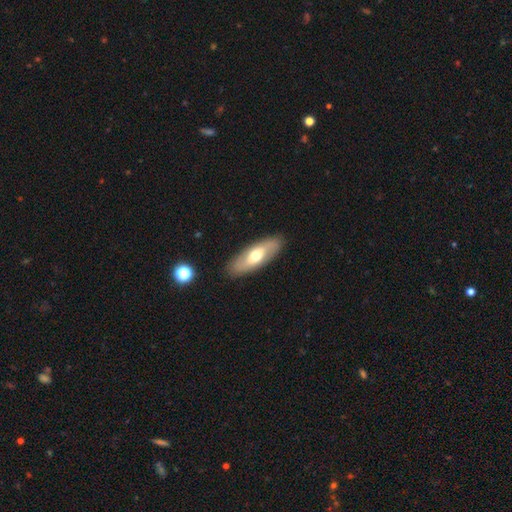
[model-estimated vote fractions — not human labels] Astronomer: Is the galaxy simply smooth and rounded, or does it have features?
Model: smooth — 49% (runner-up: featured or disk, 45%).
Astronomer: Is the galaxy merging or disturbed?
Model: none — 87%.